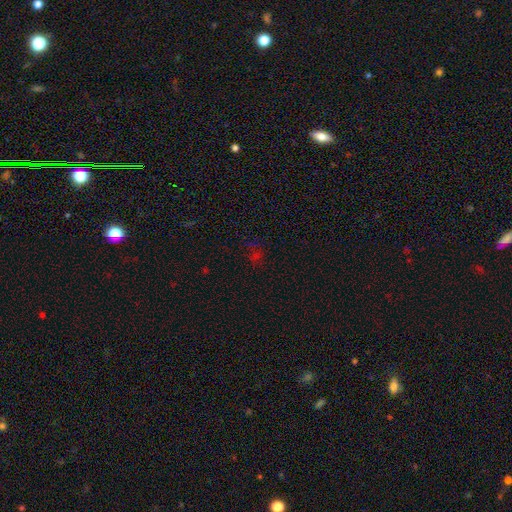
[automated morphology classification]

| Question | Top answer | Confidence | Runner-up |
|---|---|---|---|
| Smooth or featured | star or artifact | 52% | smooth (40%) |